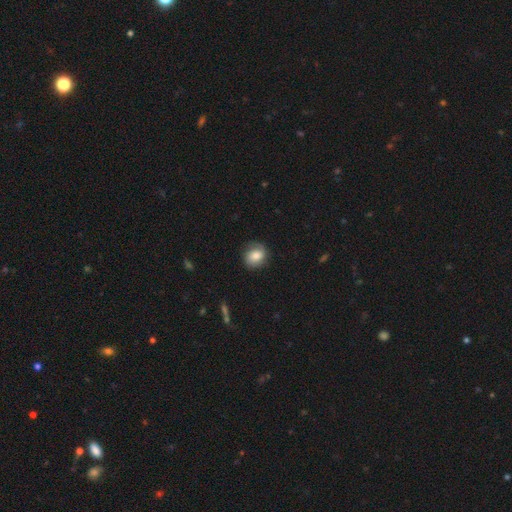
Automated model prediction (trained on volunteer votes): The model was most divided on "smooth or featured": smooth: 65%, featured or disk: 27%, star or artifact: 8%. More confident: merging — none (74%); how rounded — round (70%).